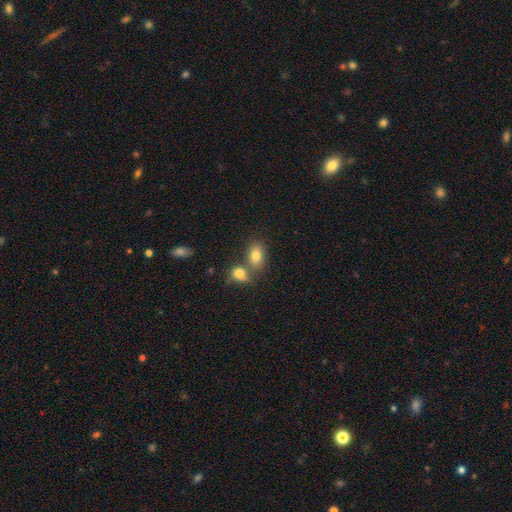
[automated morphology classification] Q: Smooth or featured?
A: smooth (80%); runner-up: featured or disk (10%)
Q: How rounded?
A: in between (80%); runner-up: round (19%)
Q: Merging?
A: none (46%); runner-up: merger (41%)